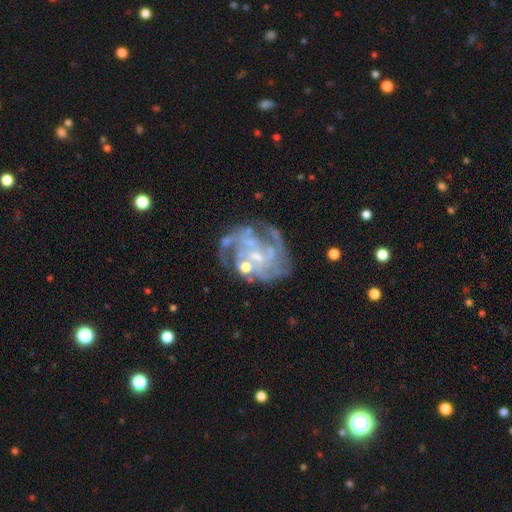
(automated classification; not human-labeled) Smooth or featured?
  - featured or disk: 84% *
  - star or artifact: 9%
  - smooth: 7%
Edge-on disk?
  - no: 98% *
  - yes: 2%
Bar?
  - no: 55% *
  - weak: 36%
  - strong: 9%
Spiral arms?
  - yes: 86% *
  - no: 14%
Spiral winding?
  - tight: 48% *
  - medium: 39%
  - loose: 13%
Spiral arm count?
  - can't tell: 34% *
  - 3: 22%
  - 4: 16%
  - 2: 14%
  - more than 4: 7%
  - 1: 7%
Bulge size?
  - small: 54% *
  - moderate: 22%
  - none: 21%
  - large: 2%
  - dominant: 1%
Merging?
  - none: 57% *
  - minor disturbance: 19%
  - major disturbance: 18%
  - merger: 6%